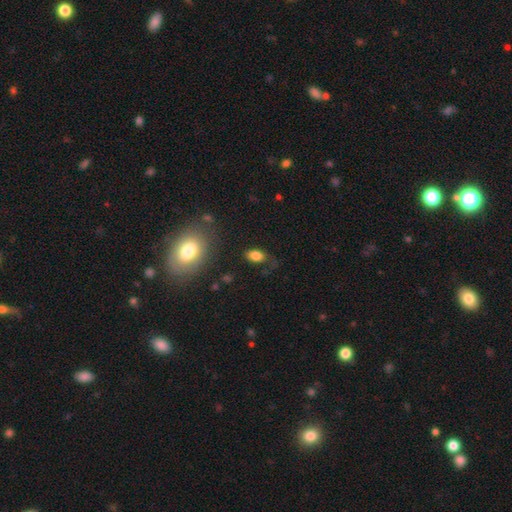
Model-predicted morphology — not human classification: The model was most divided on "merging": none: 65%, minor disturbance: 20%, major disturbance: 11%, merger: 3%. More confident: how rounded — in between (88%); smooth or featured — smooth (81%).